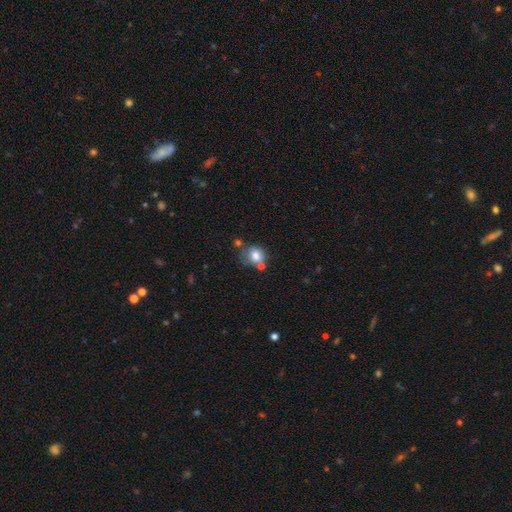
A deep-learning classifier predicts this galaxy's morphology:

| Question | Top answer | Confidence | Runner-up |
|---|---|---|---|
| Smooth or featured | smooth | 76% | featured or disk (14%) |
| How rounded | round | 72% | in between (27%) |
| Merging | none | 48% | merger (25%) |